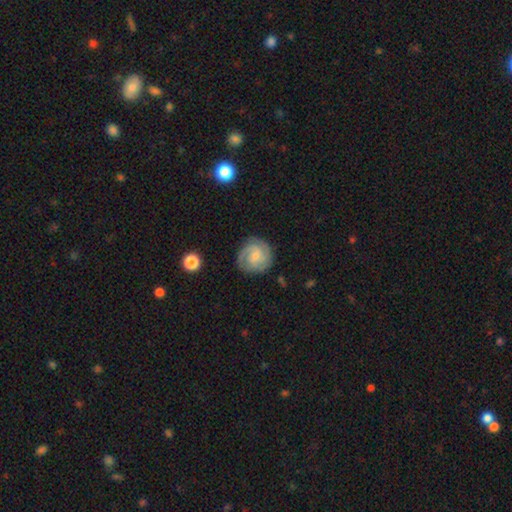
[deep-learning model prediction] This is likely a featured or disk galaxy (78%). It is clearly not viewed edge-on (98%). Bar: possibly no (59%). Spiral arm pattern: clearly yes (96%). Spiral arm count: marginally 3 (34%, tied with 2). Spiral winding: possibly tight (59%). Central bulge: likely small (68%). Merging: clearly none (82%).